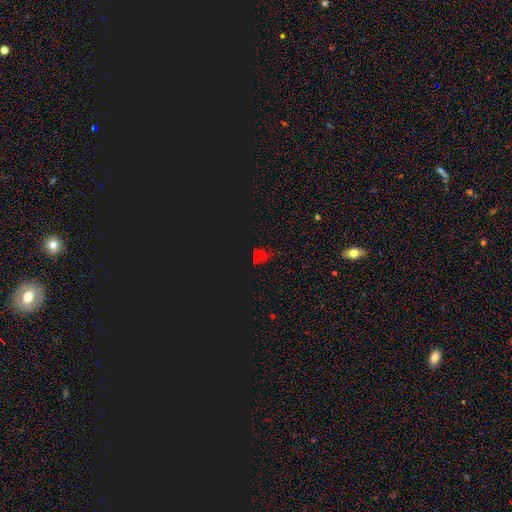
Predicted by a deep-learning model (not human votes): Q: Smooth or featured?
A: star or artifact (69%); runner-up: smooth (24%)